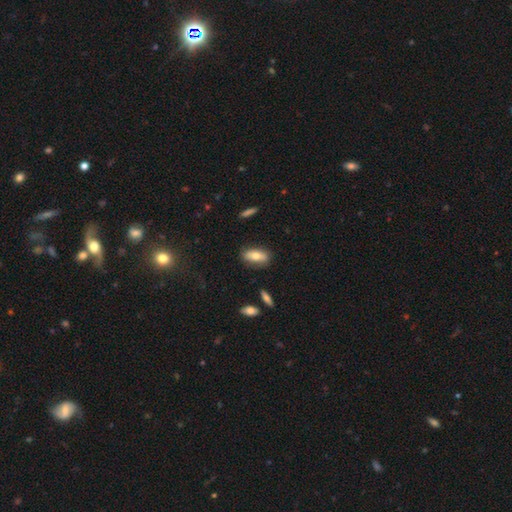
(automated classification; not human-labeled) Morphology: type=smooth (69%); roundness=in between (82%); merging=none (80%).